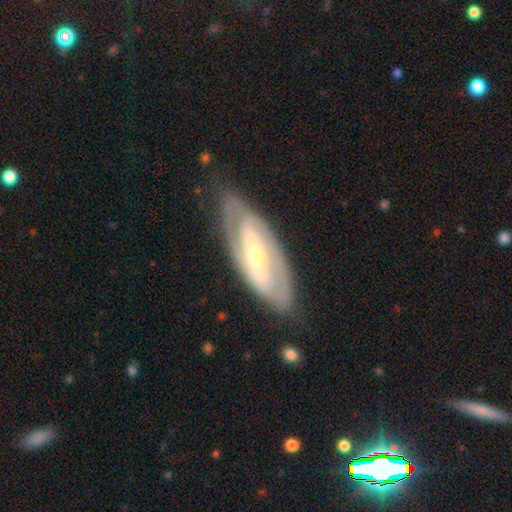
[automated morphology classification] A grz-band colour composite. It shows a featured or disk galaxy (81%) with a strong bar (44%), 2 (68%) tight (54%) spiral arms (84%) and a small central bulge (61%). Merging: none (76%).